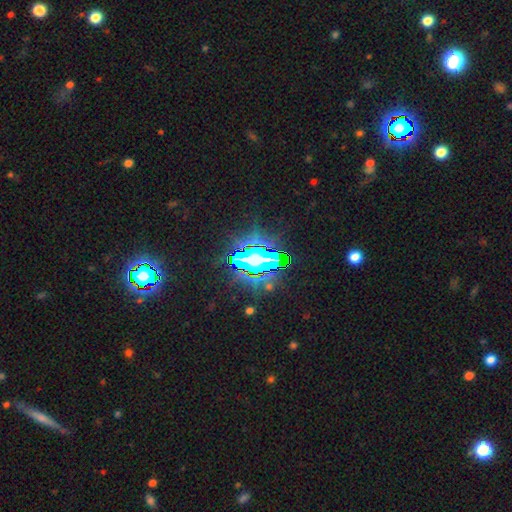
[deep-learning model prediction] smooth_or_featured: star or artifact (p=0.72) [alt: smooth p=0.15]